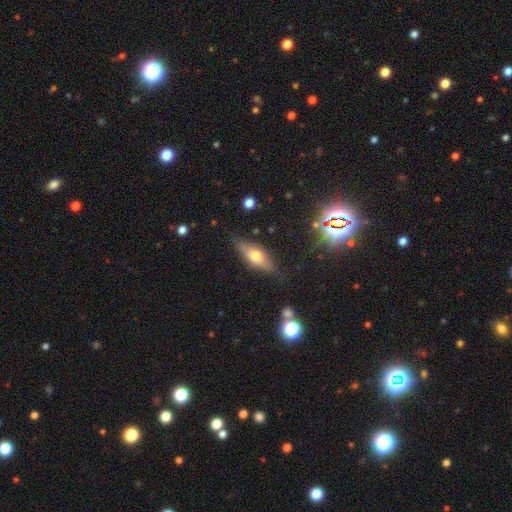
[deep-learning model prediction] A smooth galaxy with no disk features (49%).

Vote fractions:
- Smooth or featured? smooth: 49% / featured or disk: 43% / star or artifact: 8%
- Merging? none: 80% / minor disturbance: 15% / major disturbance: 3% / merger: 2%